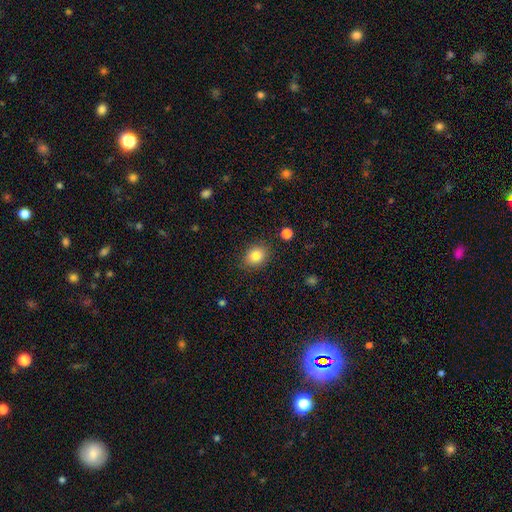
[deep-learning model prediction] smooth_or_featured: smooth (p=0.84) [alt: star or artifact p=0.10]
how_rounded: round (p=0.57) [alt: in between p=0.42]
merging: none (p=0.85) [alt: minor disturbance p=0.11]